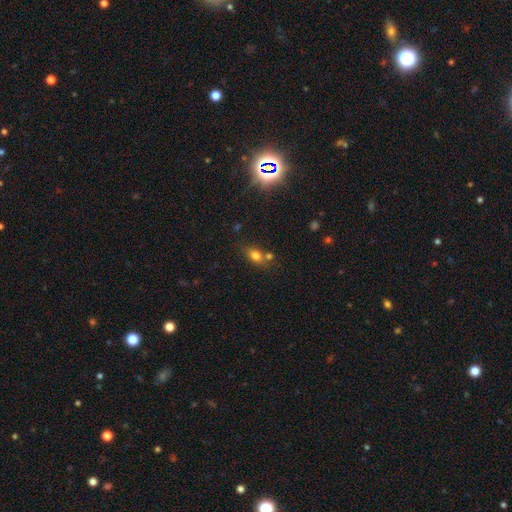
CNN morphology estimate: smooth_or_featured: smooth (p=0.74) [alt: star or artifact p=0.14]
how_rounded: in between (p=0.64) [alt: round p=0.31]
merging: none (p=0.57) [alt: merger p=0.23]